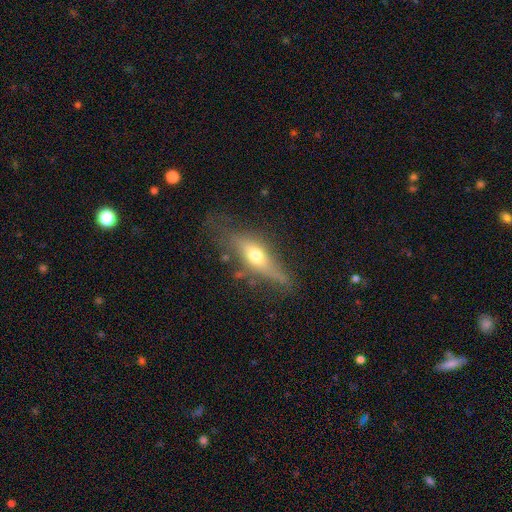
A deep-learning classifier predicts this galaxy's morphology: This is possibly a featured or disk galaxy (47%). Merging: possibly none (58%).